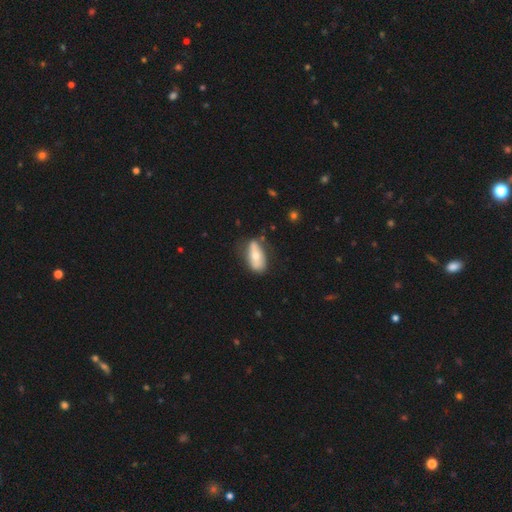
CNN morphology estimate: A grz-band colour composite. It shows a smooth galaxy with no disk features (55%) that is in between round and cigar-shaped (84%). Merging: none (63%).